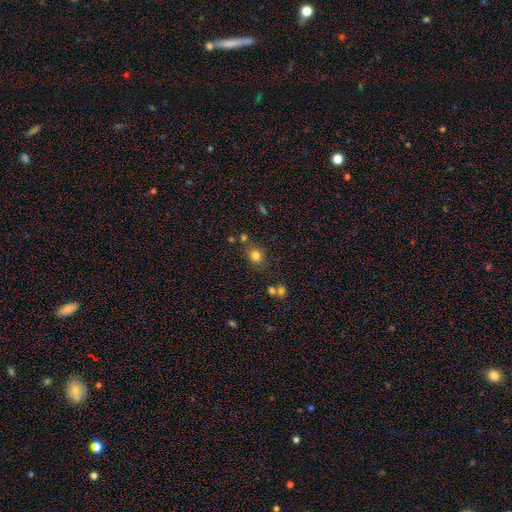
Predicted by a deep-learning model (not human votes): Smooth or featured? Predicted: smooth (p=0.79). How rounded? Predicted: round (p=0.78). Merging? Predicted: none (p=0.75).